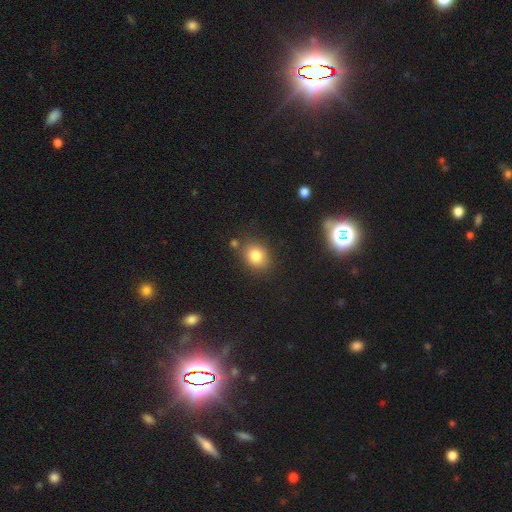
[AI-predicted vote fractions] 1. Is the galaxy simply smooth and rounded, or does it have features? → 82% smooth, 11% star or artifact, 7% featured or disk.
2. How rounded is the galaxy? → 58% round, 41% in between, 1% cigar-shaped.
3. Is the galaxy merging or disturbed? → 77% none, 12% minor disturbance, 8% merger, 4% major disturbance.